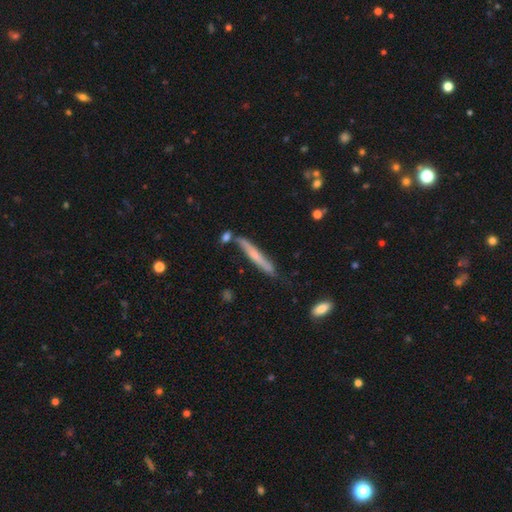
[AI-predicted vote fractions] Smooth or featured? Predicted: smooth (p=0.49). Merging? Predicted: none (p=0.75).